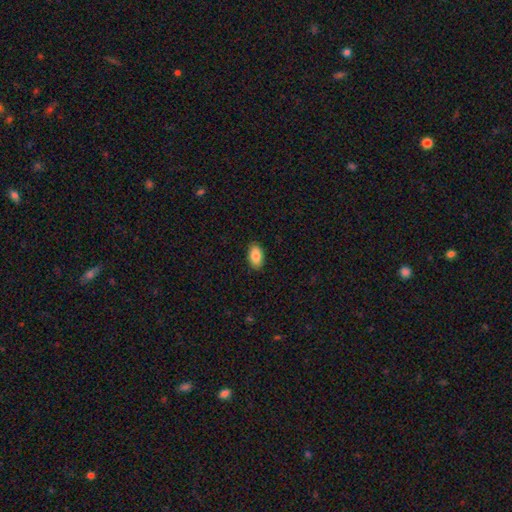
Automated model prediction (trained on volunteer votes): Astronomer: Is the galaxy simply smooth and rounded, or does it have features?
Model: smooth — 86%.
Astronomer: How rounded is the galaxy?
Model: in between — 94%.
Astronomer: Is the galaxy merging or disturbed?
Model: none — 89%.